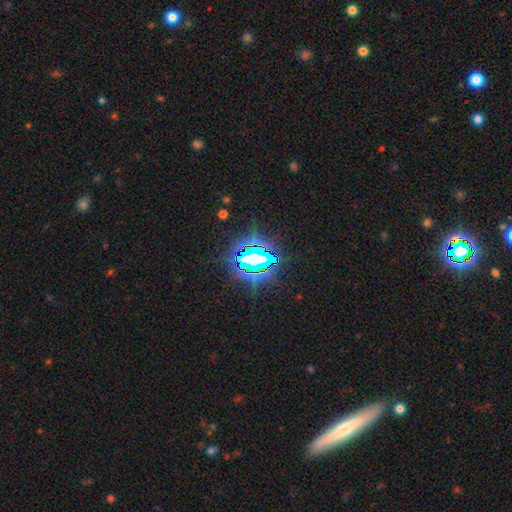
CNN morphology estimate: smooth-or-featured: star or artifact: 78% | smooth: 13% | featured or disk: 9%